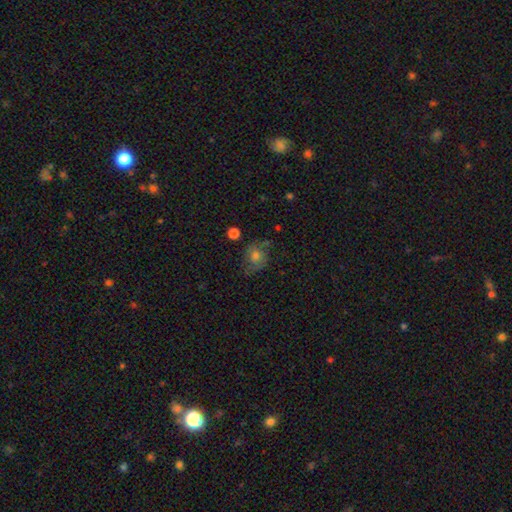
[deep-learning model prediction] Smooth or featured? Predicted: smooth (p=0.51). How rounded? Predicted: round (p=0.66). Merging? Predicted: none (p=0.59).